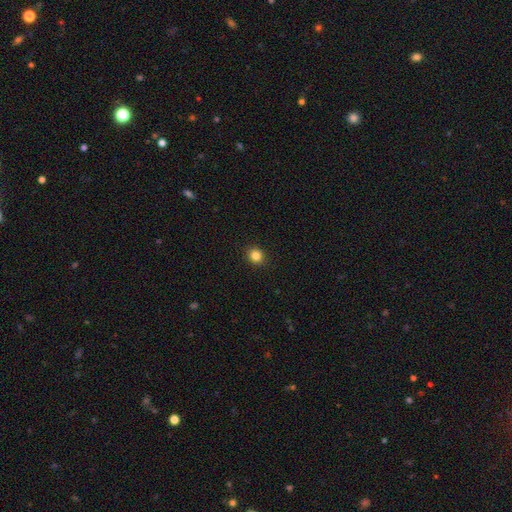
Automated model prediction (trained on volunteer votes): Q: Smooth or featured?
A: smooth (84%); runner-up: star or artifact (12%)
Q: How rounded?
A: round (82%); runner-up: in between (17%)
Q: Merging?
A: none (92%); runner-up: minor disturbance (6%)